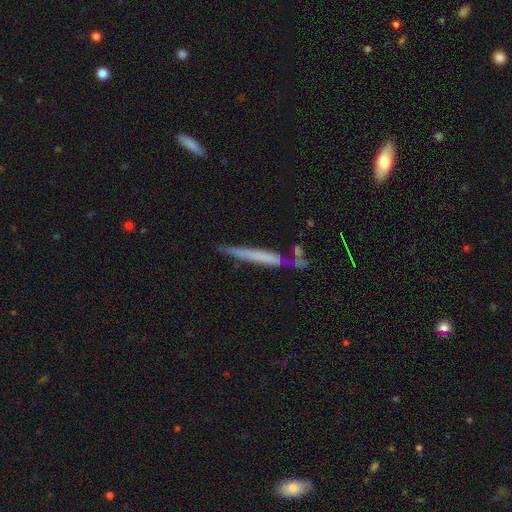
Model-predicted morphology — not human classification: Q: Smooth or featured?
A: smooth (47%); runner-up: featured or disk (46%)
Q: Merging?
A: none (71%); runner-up: minor disturbance (15%)